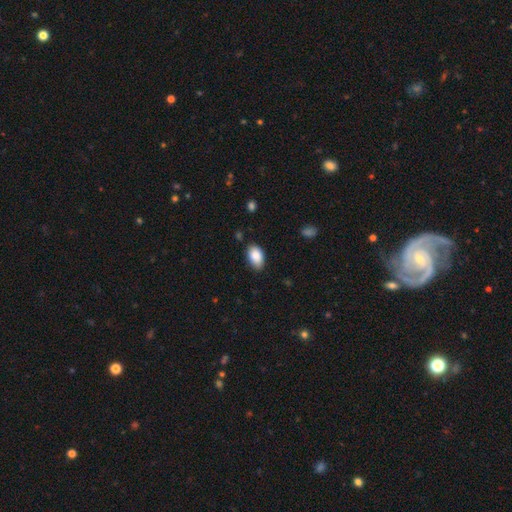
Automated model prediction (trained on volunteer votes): Overall: smooth (88%). How rounded: in between (92%). Merging: none (78%).